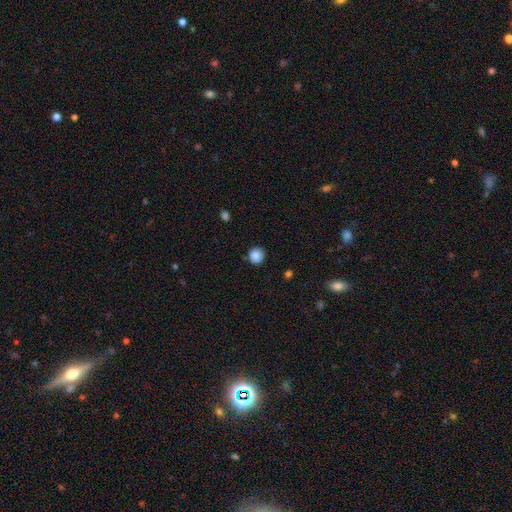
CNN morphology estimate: A smooth galaxy with no disk features (87%) that is round (92%).

Vote fractions:
- Smooth or featured? smooth: 87% / star or artifact: 10% / featured or disk: 4%
- How rounded? round: 92% / in between: 7% / cigar-shaped: 1%
- Merging? none: 87% / minor disturbance: 9% / major disturbance: 2% / merger: 2%